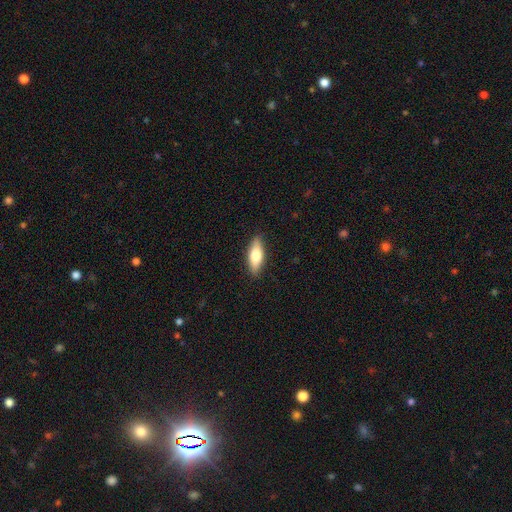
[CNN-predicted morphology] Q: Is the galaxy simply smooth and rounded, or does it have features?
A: smooth — 70%.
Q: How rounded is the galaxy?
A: in between — 67%.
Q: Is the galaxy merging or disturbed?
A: none — 88%.